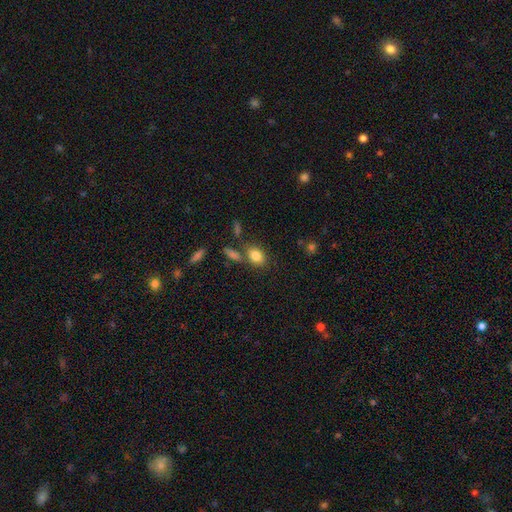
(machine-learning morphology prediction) A smooth galaxy with no disk features (82%) that is in between round and cigar-shaped (78%). Merging: none (63%).